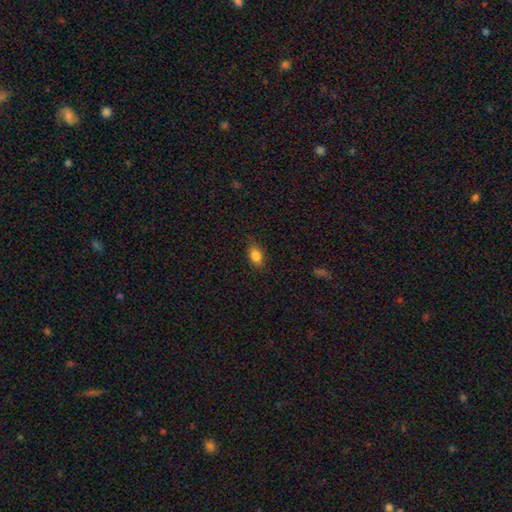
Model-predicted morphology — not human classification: smooth 85%, star or artifact 9%, featured or disk 6%. Down the decision tree: how rounded — in between (84%); merging — none (82%).